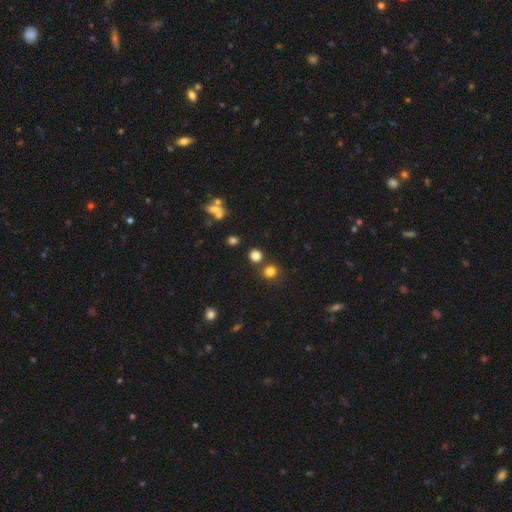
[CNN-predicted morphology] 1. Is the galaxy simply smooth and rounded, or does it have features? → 78% smooth, 17% star or artifact, 5% featured or disk.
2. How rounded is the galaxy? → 86% round, 13% in between, 1% cigar-shaped.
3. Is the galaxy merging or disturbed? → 76% none, 14% merger, 7% minor disturbance, 3% major disturbance.